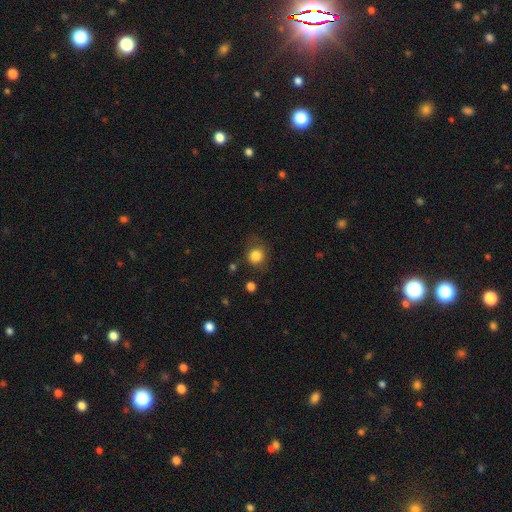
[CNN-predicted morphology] smooth_or_featured: smooth (p=0.83) [alt: star or artifact p=0.10]
how_rounded: round (p=0.81) [alt: in between p=0.18]
merging: none (p=0.69) [alt: minor disturbance p=0.20]